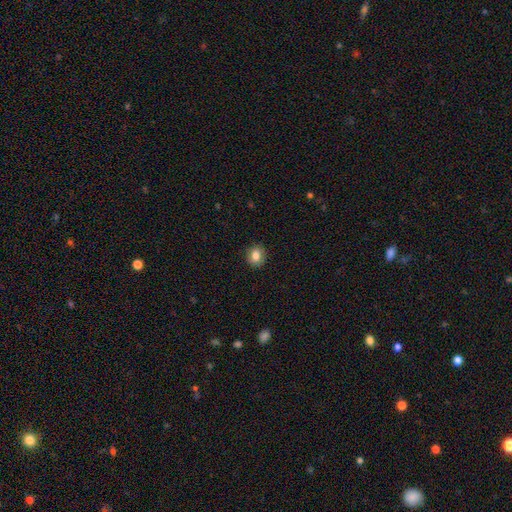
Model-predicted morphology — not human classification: Smooth or featured? smooth (82%)
How rounded? round (75%)
Merging? none (89%)